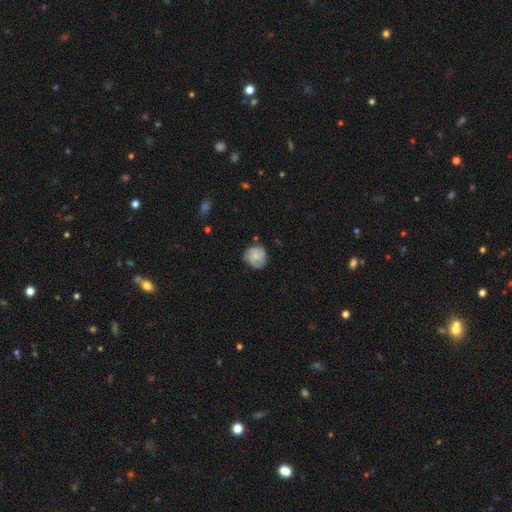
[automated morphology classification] smooth 56%, featured or disk 37%, star or artifact 7%. Down the decision tree: how rounded — round (85%); merging — none (70%).